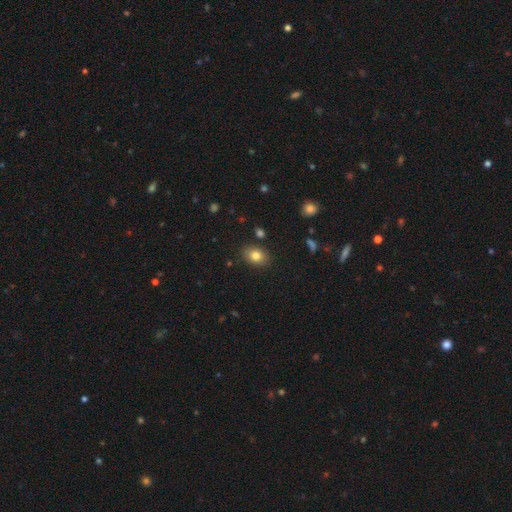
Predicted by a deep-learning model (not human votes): A smooth galaxy with no disk features (82%) that is in between round and cigar-shaped (67%).

Vote fractions:
- Smooth or featured? smooth: 82% / star or artifact: 10% / featured or disk: 9%
- How rounded? in between: 67% / round: 32% / cigar-shaped: 1%
- Merging? none: 85% / minor disturbance: 10% / major disturbance: 2% / merger: 2%